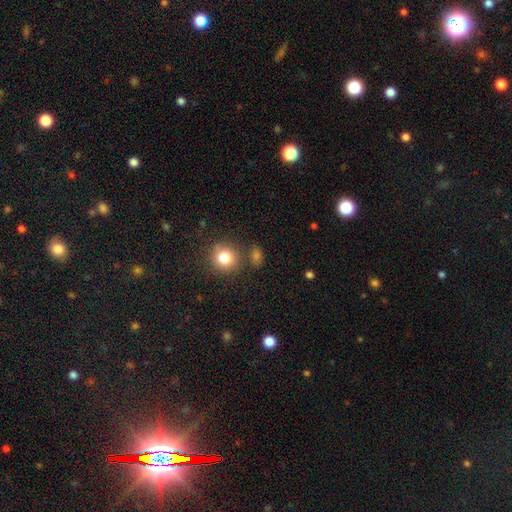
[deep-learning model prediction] This is likely a smooth galaxy (74%). How rounded: likely round (67%). Merging: likely none (77%).